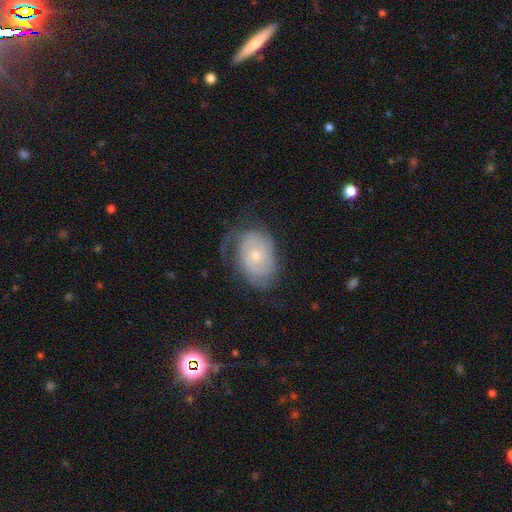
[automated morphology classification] The model was most divided on "spiral arm count": can't tell: 43%, 2: 33%, 1: 9%, 3: 9%, 4: 3%, more than 4: 3%. More confident: edge-on disk — no (96%); spiral arms — yes (84%); bar — no (77%); smooth or featured — featured or disk (68%); spiral winding — tight (58%); bulge size — small (56%); merging — none (56%).